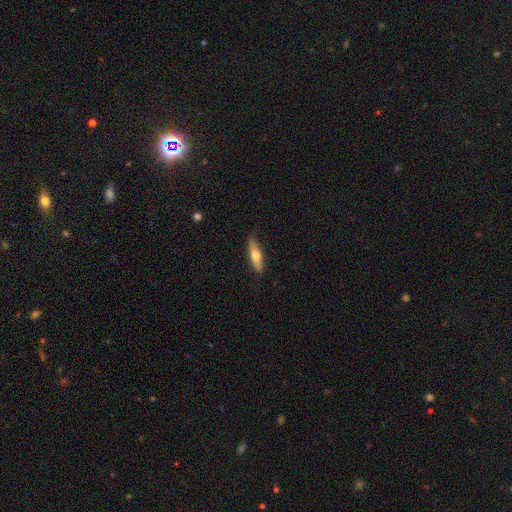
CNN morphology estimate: smooth-or-featured: smooth: 56% | featured or disk: 38% | star or artifact: 6%
  how-rounded: cigar-shaped: 61% | in between: 36% | round: 2%
  merging: none: 83% | minor disturbance: 14% | major disturbance: 2% | merger: 1%